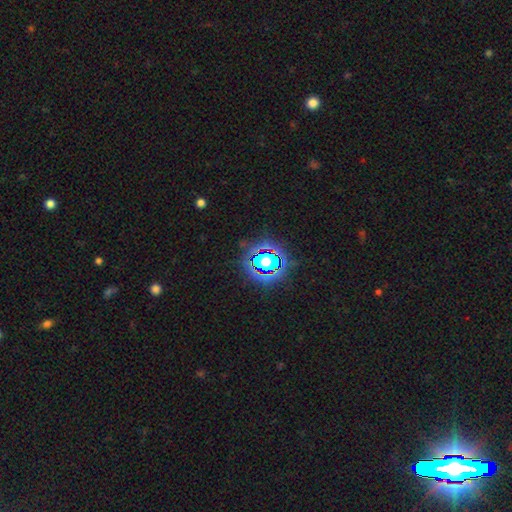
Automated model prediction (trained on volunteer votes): star or artifact 81%, smooth 12%, featured or disk 7%.